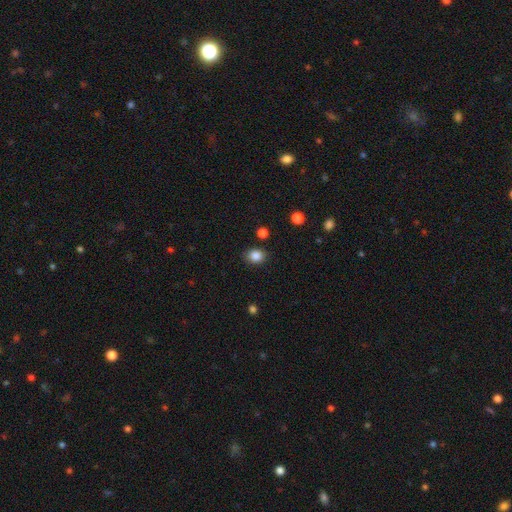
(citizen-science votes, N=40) A smooth galaxy with no disk features (85%) that is in between round and cigar-shaped (62%). Merging: none (89%).